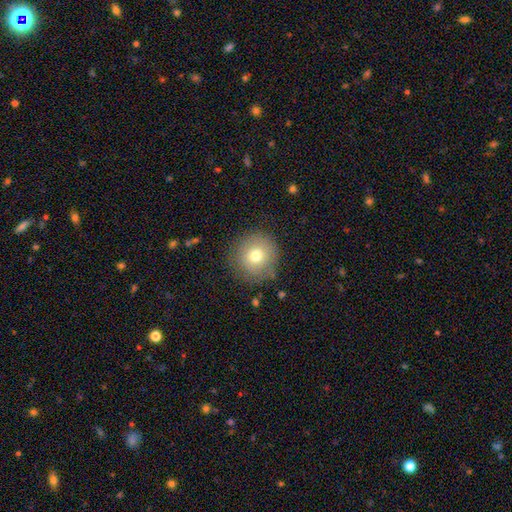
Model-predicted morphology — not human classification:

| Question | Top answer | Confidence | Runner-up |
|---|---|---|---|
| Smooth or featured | smooth | 74% | featured or disk (15%) |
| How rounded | round | 95% | in between (4%) |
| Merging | none | 85% | minor disturbance (10%) |